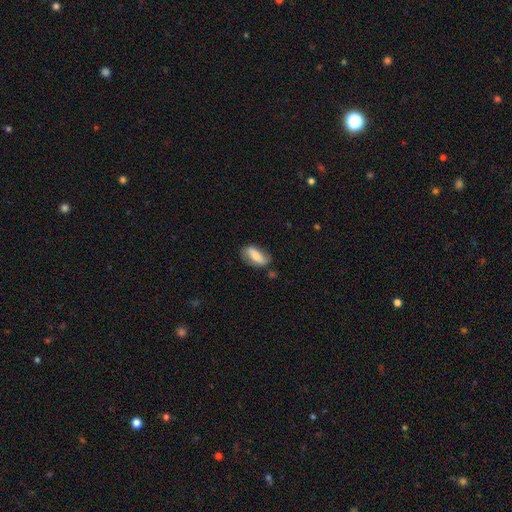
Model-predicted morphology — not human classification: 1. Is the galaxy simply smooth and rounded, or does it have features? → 57% smooth, 36% featured or disk, 7% star or artifact.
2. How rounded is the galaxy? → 84% in between, 12% cigar-shaped, 4% round.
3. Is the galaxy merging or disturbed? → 66% none, 23% minor disturbance, 7% major disturbance, 3% merger.